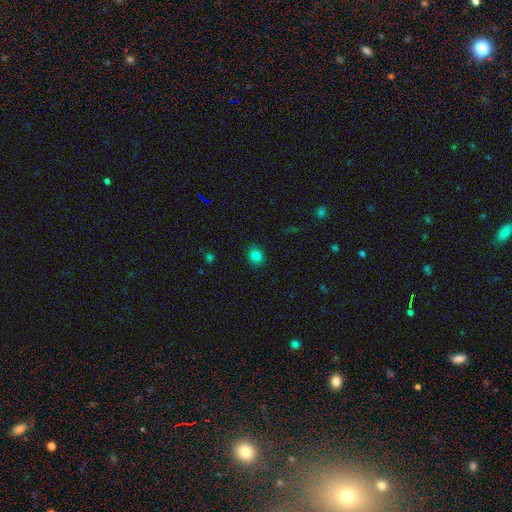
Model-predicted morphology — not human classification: Smooth or featured?
  - smooth: 81% *
  - star or artifact: 13%
  - featured or disk: 6%
How rounded?
  - round: 71% *
  - in between: 28%
  - cigar-shaped: 1%
Merging?
  - none: 88% *
  - minor disturbance: 8%
  - major disturbance: 2%
  - merger: 1%